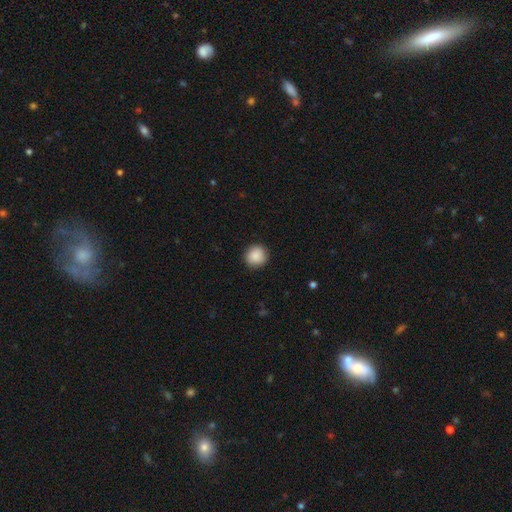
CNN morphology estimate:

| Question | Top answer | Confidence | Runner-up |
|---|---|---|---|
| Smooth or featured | smooth | 89% | star or artifact (8%) |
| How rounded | round | 92% | in between (7%) |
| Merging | none | 90% | minor disturbance (7%) |